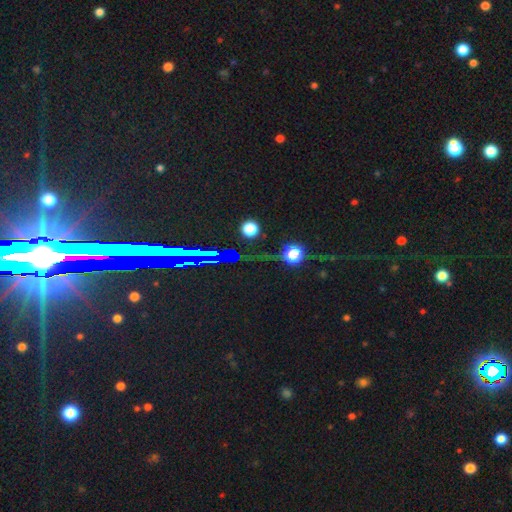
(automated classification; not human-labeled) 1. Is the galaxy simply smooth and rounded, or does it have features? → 72% star or artifact, 15% featured or disk, 14% smooth.